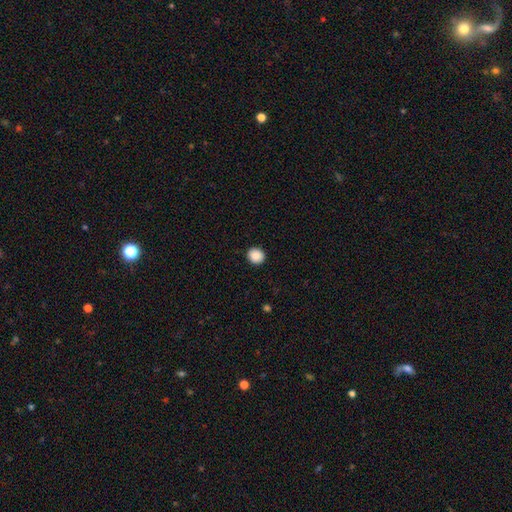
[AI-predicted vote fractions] Smooth or featured: smooth — 88% (star or artifact — 9%)
How rounded: round — 87% (in between — 12%)
Merging: none — 92% (minor disturbance — 5%)